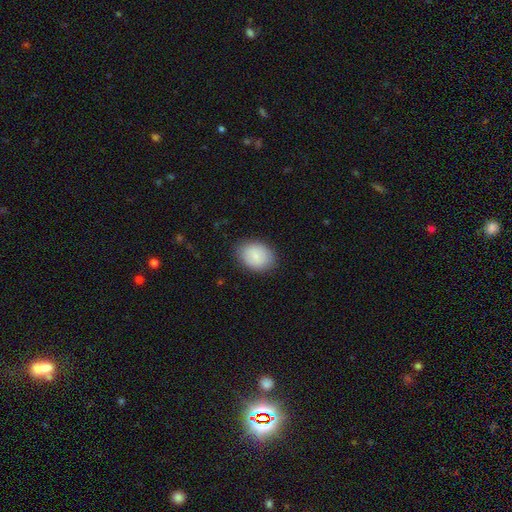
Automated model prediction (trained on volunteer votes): Smooth or featured? Predicted: smooth (p=0.85). How rounded? Predicted: in between (p=0.74). Merging? Predicted: none (p=0.83).